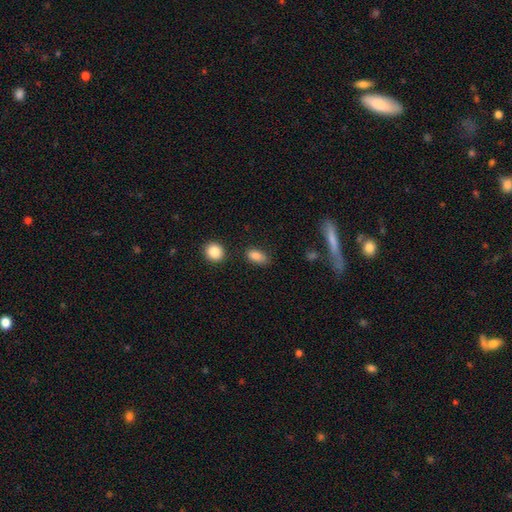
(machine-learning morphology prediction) Q: Smooth or featured?
A: smooth (85%); runner-up: star or artifact (9%)
Q: How rounded?
A: in between (87%); runner-up: round (8%)
Q: Merging?
A: none (79%); runner-up: minor disturbance (14%)